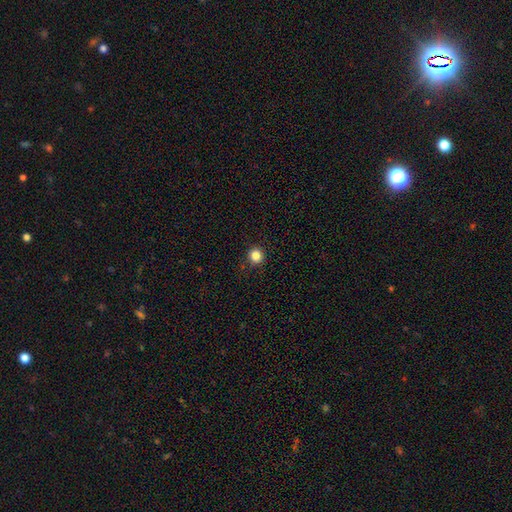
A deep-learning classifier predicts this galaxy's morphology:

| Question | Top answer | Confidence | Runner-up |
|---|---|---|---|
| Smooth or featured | smooth | 85% | star or artifact (12%) |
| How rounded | round | 92% | in between (7%) |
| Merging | none | 90% | minor disturbance (6%) |